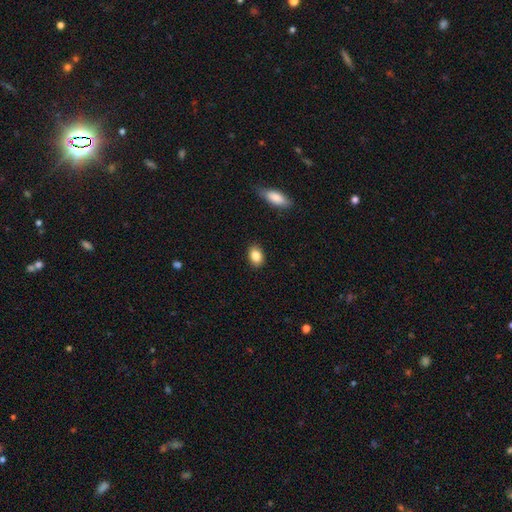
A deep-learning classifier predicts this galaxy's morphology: smooth-or-featured: smooth: 85% | star or artifact: 8% | featured or disk: 7%
  how-rounded: in between: 81% | round: 18% | cigar-shaped: 2%
  merging: none: 88% | minor disturbance: 8% | major disturbance: 2% | merger: 1%